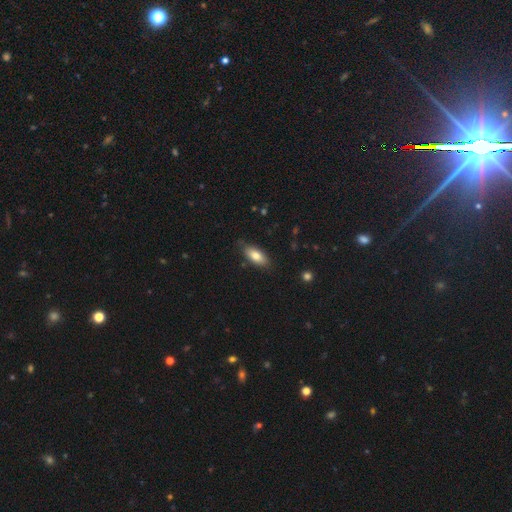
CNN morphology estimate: smooth-or-featured: smooth: 79% | featured or disk: 14% | star or artifact: 7%
  how-rounded: in between: 85% | cigar-shaped: 13% | round: 3%
  merging: none: 79% | minor disturbance: 17% | major disturbance: 3% | merger: 1%